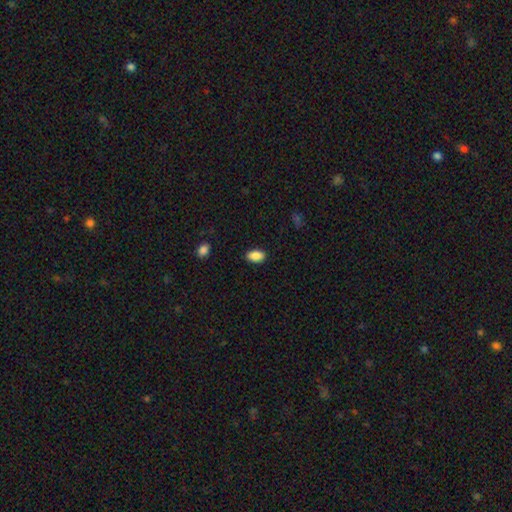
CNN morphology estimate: Smooth or featured? smooth (89%)
How rounded? in between (92%)
Merging? none (87%)